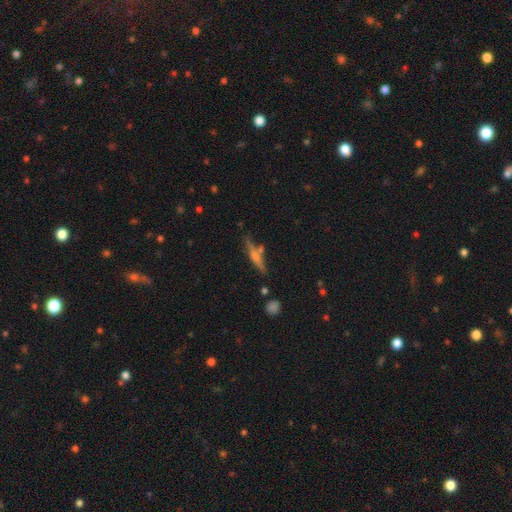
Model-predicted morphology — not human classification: Overall: featured or disk (52%; smooth 41%). Edge-on disk: yes (94%). Merging: none (71%).